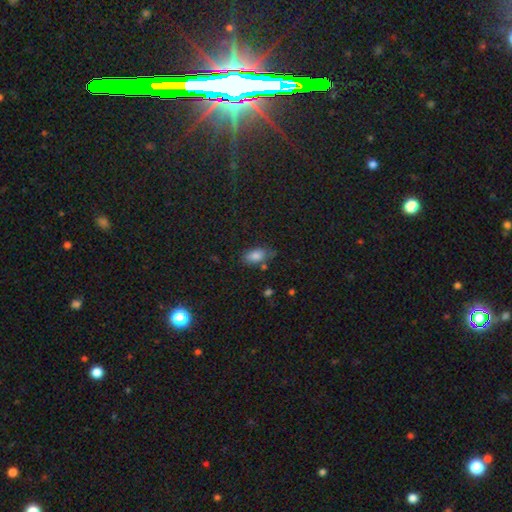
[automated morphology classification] type=smooth (82%); roundness=in between (90%); merging=none (69%).